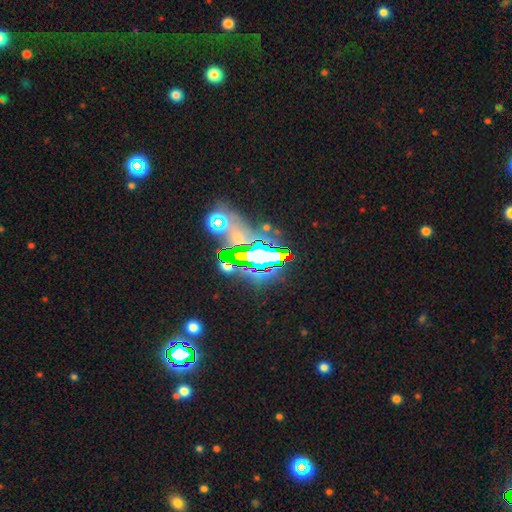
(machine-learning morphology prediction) smooth_or_featured: star or artifact (p=0.66) [alt: featured or disk p=0.20]